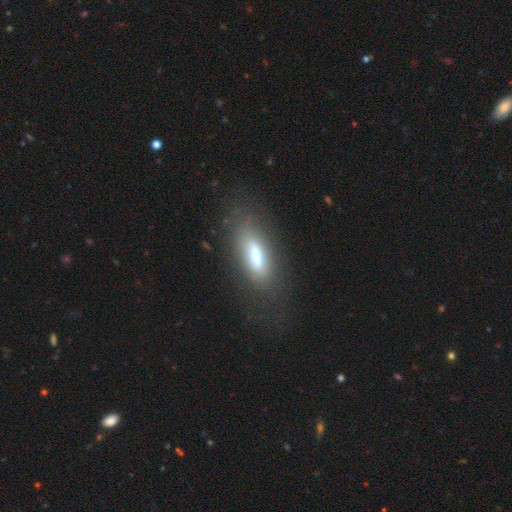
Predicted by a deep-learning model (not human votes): A smooth galaxy with no disk features (56%) that is in between round and cigar-shaped (56%).

Vote fractions:
- Smooth or featured? smooth: 56% / featured or disk: 33% / star or artifact: 12%
- How rounded? in between: 56% / cigar-shaped: 40% / round: 4%
- Merging? none: 63% / minor disturbance: 17% / major disturbance: 12% / merger: 7%